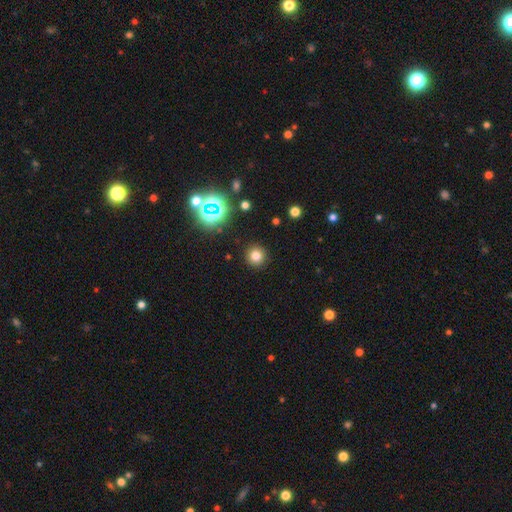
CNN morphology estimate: smooth-or-featured: smooth: 74% | star or artifact: 19% | featured or disk: 7%
  how-rounded: round: 95% | in between: 4% | cigar-shaped: 1%
  merging: none: 91% | minor disturbance: 5% | major disturbance: 2% | merger: 1%